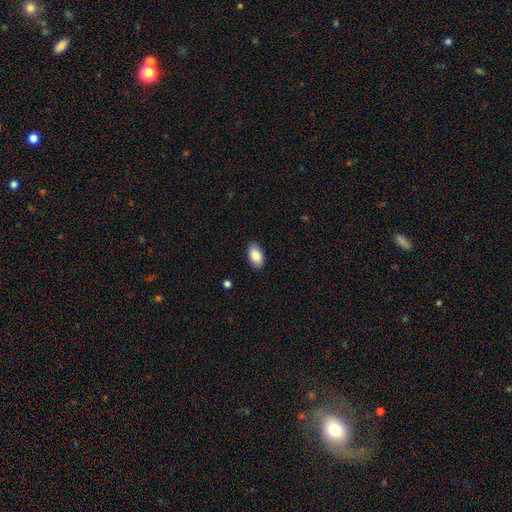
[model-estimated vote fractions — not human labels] smooth-or-featured: smooth: 88% | star or artifact: 7% | featured or disk: 6%
  how-rounded: in between: 94% | round: 4% | cigar-shaped: 2%
  merging: none: 88% | minor disturbance: 9% | major disturbance: 2% | merger: 1%